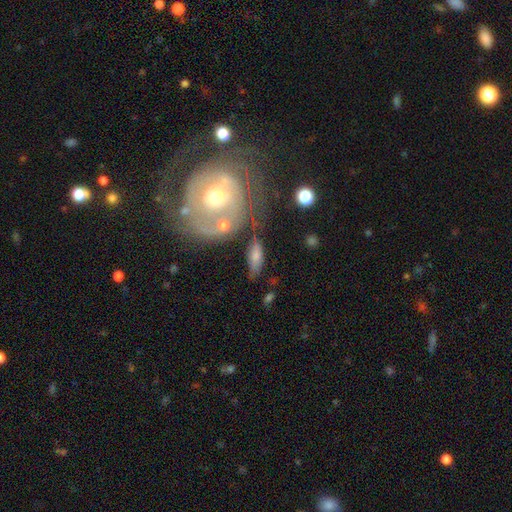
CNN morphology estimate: Smooth or featured: smooth — 64% (featured or disk — 27%)
How rounded: in between — 72% (cigar-shaped — 22%)
Merging: none — 58% (minor disturbance — 20%)